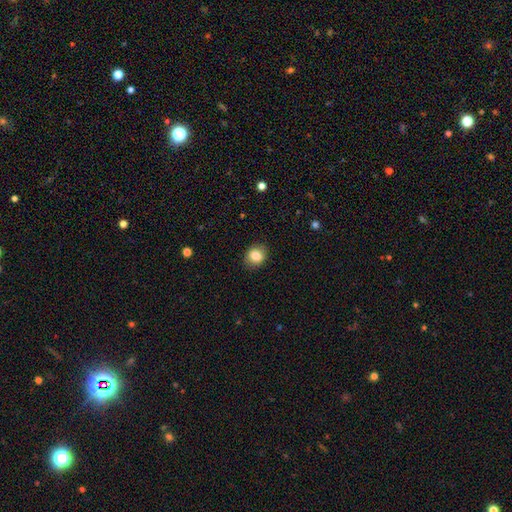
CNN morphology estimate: Smooth or featured? Predicted: smooth (p=0.83). How rounded? Predicted: round (p=0.61). Merging? Predicted: none (p=0.88).